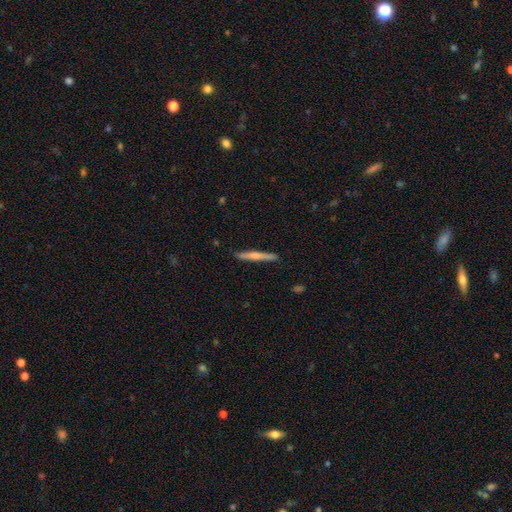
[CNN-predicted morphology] Smooth or featured? smooth (53%)
How rounded? cigar-shaped (96%)
Merging? none (90%)